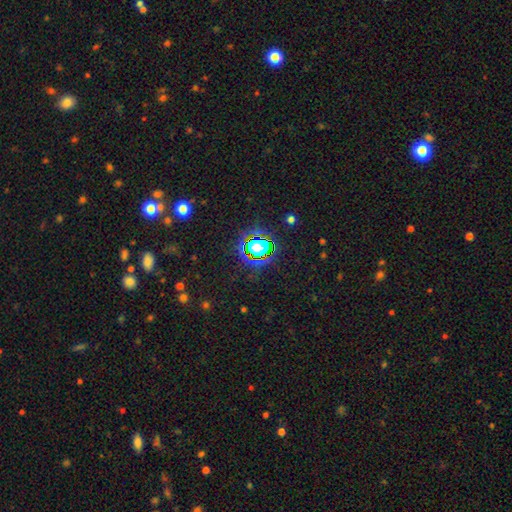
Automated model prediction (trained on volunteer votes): Smooth or featured? star or artifact (81%)